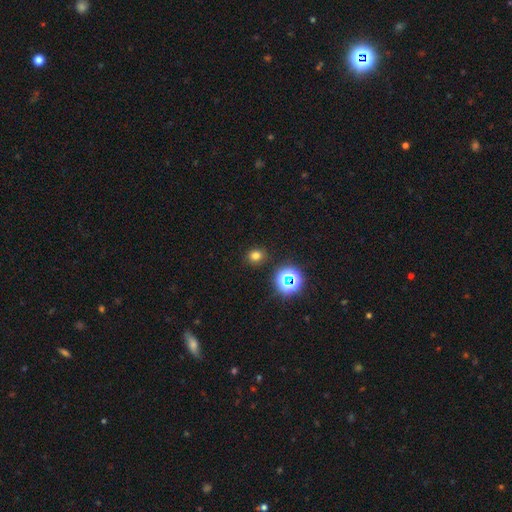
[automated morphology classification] This appears to be a smooth galaxy with no disk features (72%) that is round (75%). Merging: none (89%).